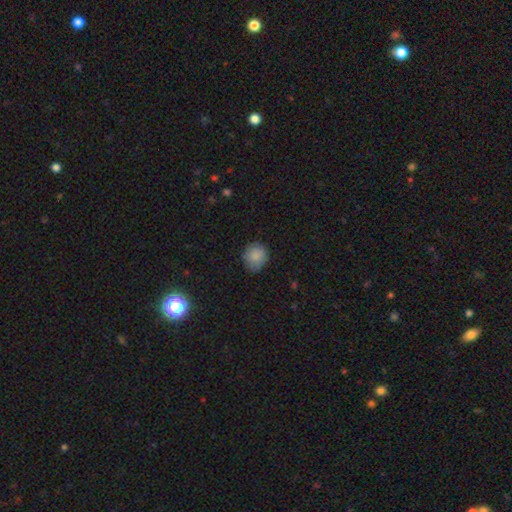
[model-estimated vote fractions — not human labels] A smooth galaxy with no disk features (86%) that is round (85%).

Vote fractions:
- Smooth or featured? smooth: 86% / star or artifact: 8% / featured or disk: 6%
- How rounded? round: 85% / in between: 14% / cigar-shaped: 1%
- Merging? none: 77% / minor disturbance: 19% / major disturbance: 4% / merger: 1%